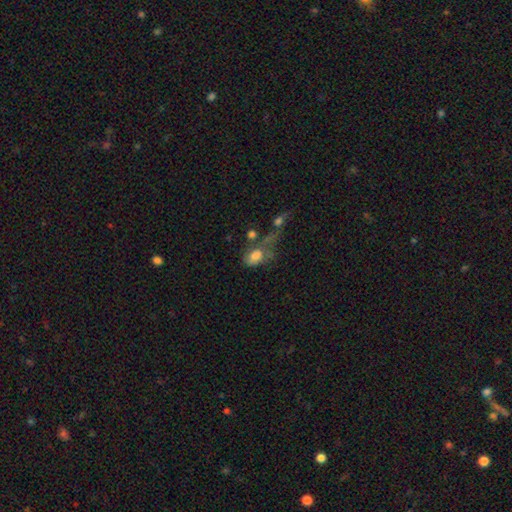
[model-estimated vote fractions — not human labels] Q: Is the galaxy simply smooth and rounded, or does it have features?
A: smooth — 73%.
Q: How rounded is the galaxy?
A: in between — 82%.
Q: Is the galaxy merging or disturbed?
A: merger — 36%.